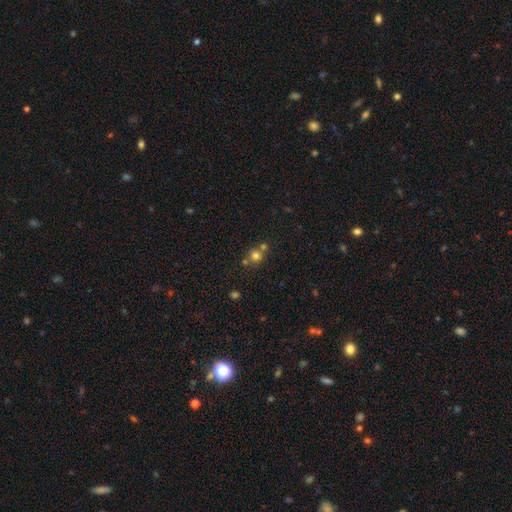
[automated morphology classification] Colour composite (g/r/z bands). It shows a smooth galaxy with no disk features (73%) that is round (90%). Merging: none (58%).